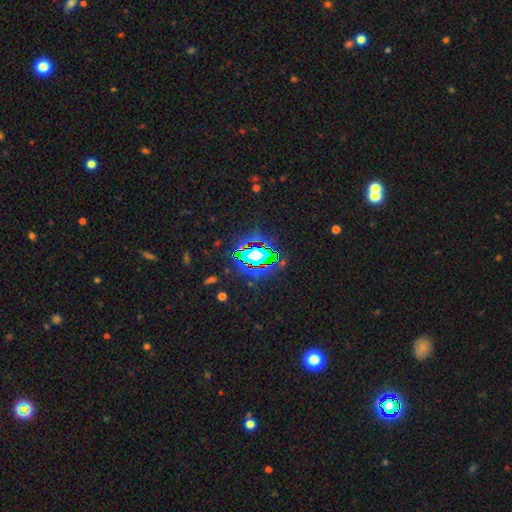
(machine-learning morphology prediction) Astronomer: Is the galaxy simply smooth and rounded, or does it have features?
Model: star or artifact — 74%.